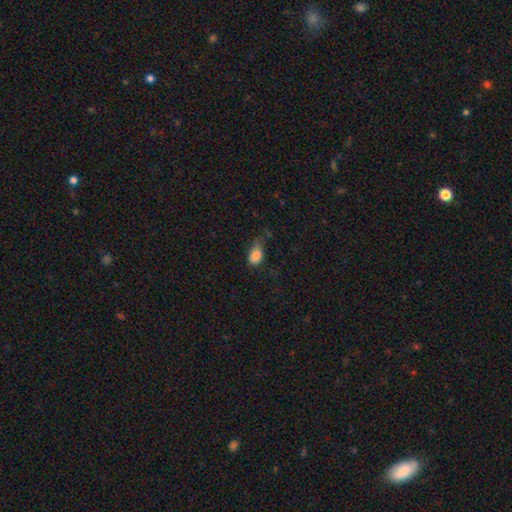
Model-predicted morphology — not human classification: Smooth or featured: smooth — 84% (star or artifact — 9%)
How rounded: in between — 82% (round — 15%)
Merging: minor disturbance — 40% (none — 36%)